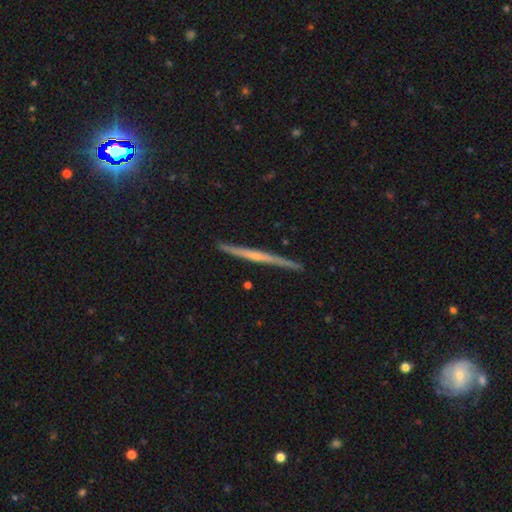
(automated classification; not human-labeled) Morphology: type=featured or disk (66%); edge-on=yes (98%); edge-on bulge=none (64%); merging=none (90%).